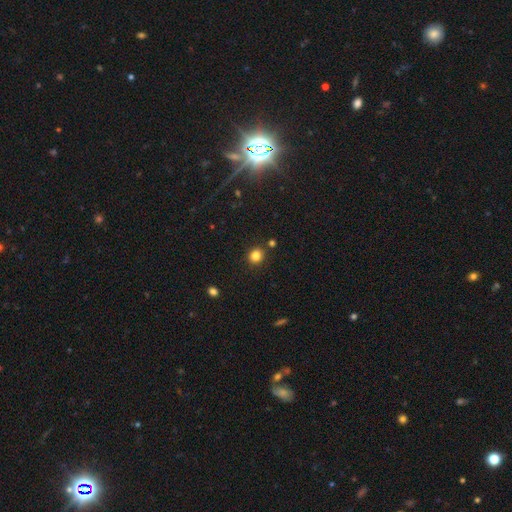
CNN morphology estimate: type=smooth (82%); roundness=round (85%); merging=none (86%).